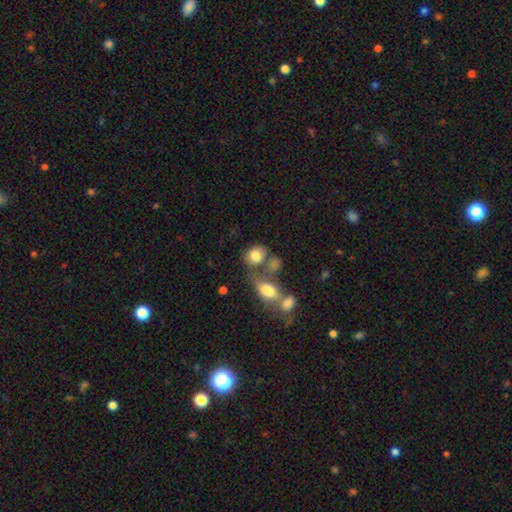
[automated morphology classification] A smooth galaxy with no disk features (79%) that is round (53%).

Vote fractions:
- Smooth or featured? smooth: 79% / featured or disk: 12% / star or artifact: 9%
- How rounded? round: 53% / in between: 46% / cigar-shaped: 2%
- Merging? none: 42% / merger: 36% / minor disturbance: 13% / major disturbance: 9%